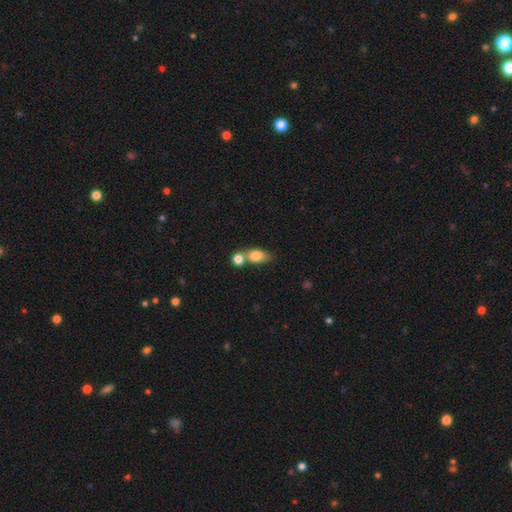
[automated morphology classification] Smooth or featured?
  - smooth: 80% *
  - featured or disk: 11%
  - star or artifact: 8%
How rounded?
  - in between: 72% *
  - round: 22%
  - cigar-shaped: 6%
Merging?
  - merger: 46% *
  - none: 38%
  - minor disturbance: 12%
  - major disturbance: 5%